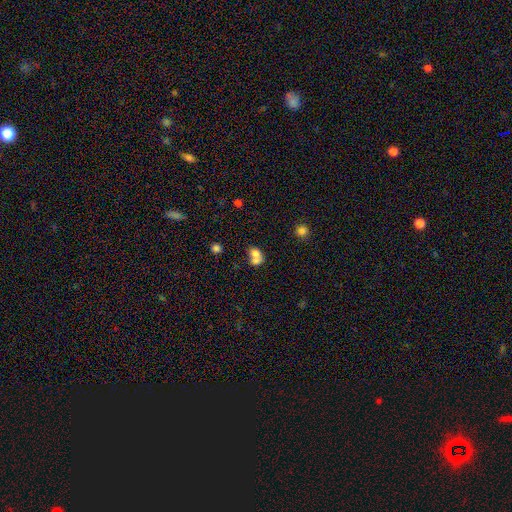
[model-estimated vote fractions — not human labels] Smooth or featured?
  - smooth: 71% *
  - featured or disk: 18%
  - star or artifact: 11%
How rounded?
  - in between: 54% *
  - round: 45%
  - cigar-shaped: 1%
Merging?
  - merger: 65% *
  - none: 22%
  - minor disturbance: 8%
  - major disturbance: 5%